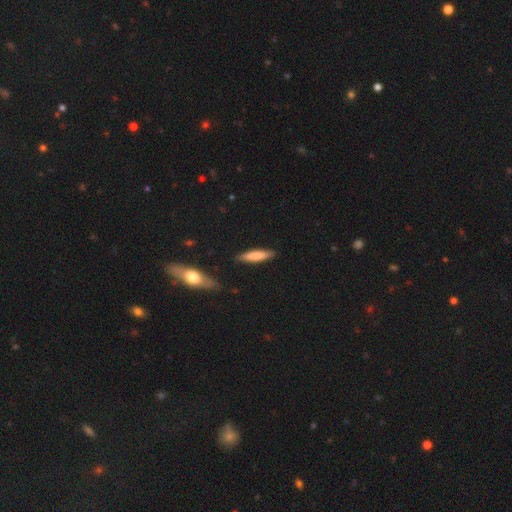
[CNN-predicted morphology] The model was most divided on "smooth or featured": smooth: 76%, featured or disk: 18%, star or artifact: 6%. More confident: merging — none (86%); how rounded — cigar-shaped (80%).